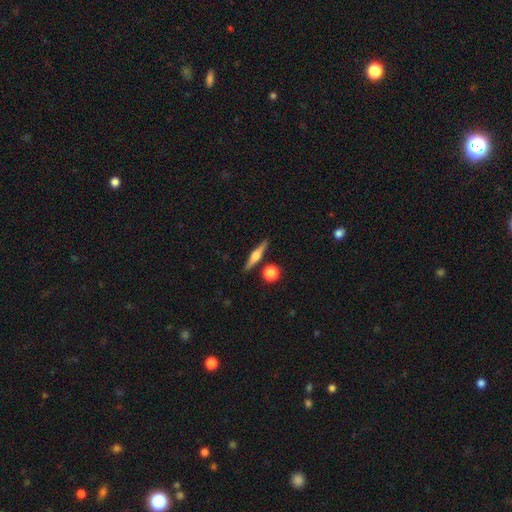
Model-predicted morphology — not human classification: The model was most divided on "smooth or featured": featured or disk: 66%, smooth: 26%, star or artifact: 7%. More confident: edge-on disk — yes (97%); edge-on bulge — rounded (91%); merging — none (86%).